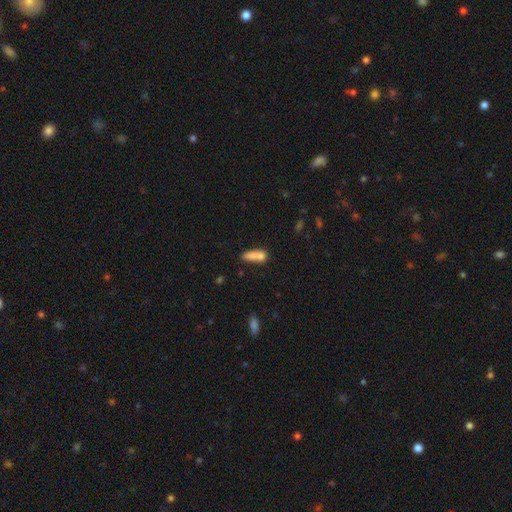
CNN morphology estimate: Smooth or featured: smooth — 72% (featured or disk — 19%)
How rounded: in between — 51% (cigar-shaped — 44%)
Merging: merger — 48% (none — 34%)